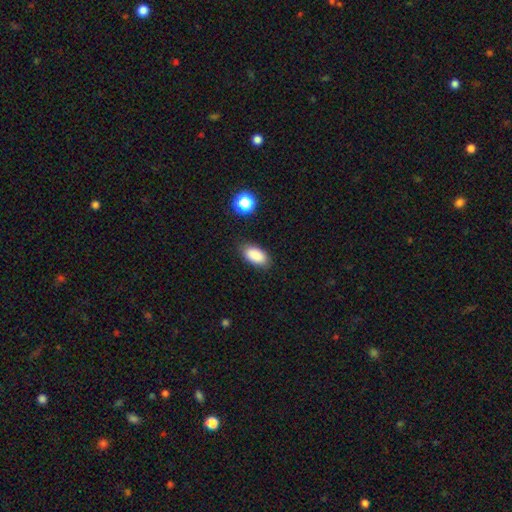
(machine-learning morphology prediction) Smooth or featured? smooth (88%)
How rounded? in between (93%)
Merging? none (86%)